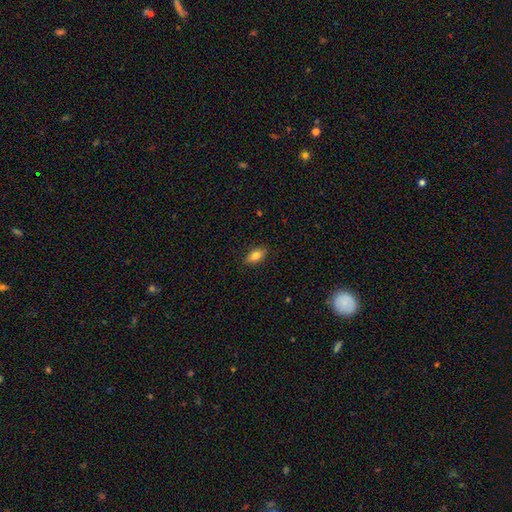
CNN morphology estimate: smooth 77%, featured or disk 15%, star or artifact 8%. Down the decision tree: how rounded — in between (86%); merging — none (87%).